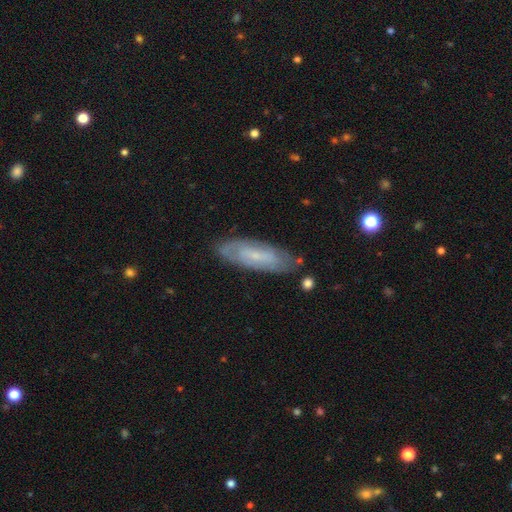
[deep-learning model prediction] Morphology: type=featured or disk (60%); edge-on=no (80%); merging=none (79%).